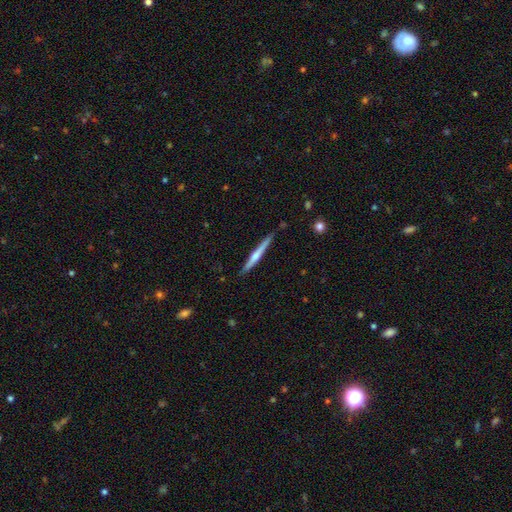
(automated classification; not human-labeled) Smooth or featured?
  - featured or disk: 56% *
  - smooth: 38%
  - star or artifact: 5%
Edge-on disk?
  - yes: 98% *
  - no: 2%
Edge-on bulge?
  - rounded: 63% *
  - none: 29%
  - boxy: 8%
Merging?
  - none: 85% *
  - minor disturbance: 12%
  - major disturbance: 2%
  - merger: 2%